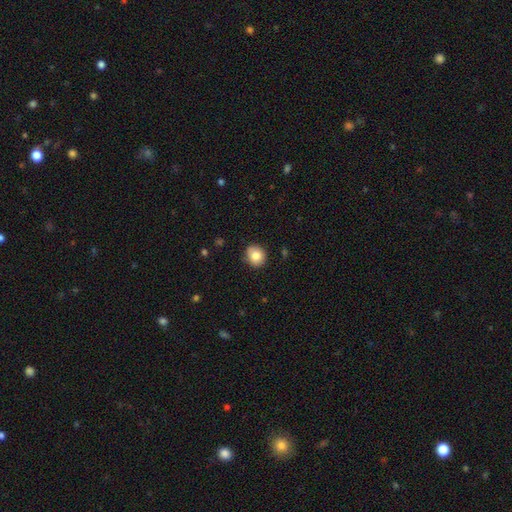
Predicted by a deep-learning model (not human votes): Q: Smooth or featured?
A: smooth (82%); runner-up: star or artifact (9%)
Q: How rounded?
A: round (84%); runner-up: in between (15%)
Q: Merging?
A: none (84%); runner-up: minor disturbance (12%)